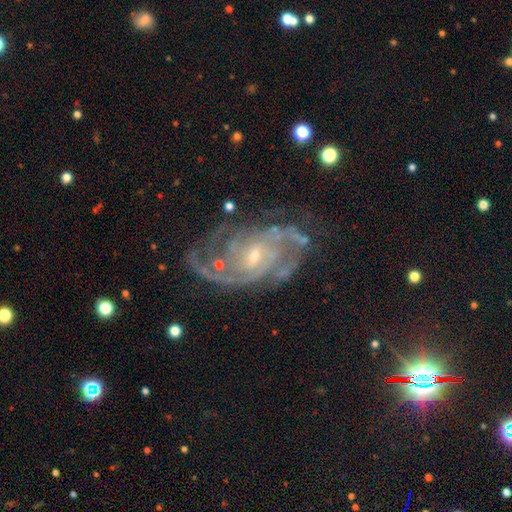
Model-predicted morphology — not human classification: smooth_or_featured: featured or disk (p=0.90) [alt: star or artifact p=0.06]
disk_edge_on: no (p=0.97) [alt: yes p=0.03]
bar: no (p=0.51) [alt: weak p=0.39]
has_spiral_arms: yes (p=0.97) [alt: no p=0.03]
spiral_winding: tight (p=0.54) [alt: medium p=0.38]
spiral_arm_count: 2 (p=0.26) [alt: can't tell p=0.22]
bulge_size: small (p=0.69) [alt: moderate p=0.27]
merging: none (p=0.70) [alt: minor disturbance p=0.19]